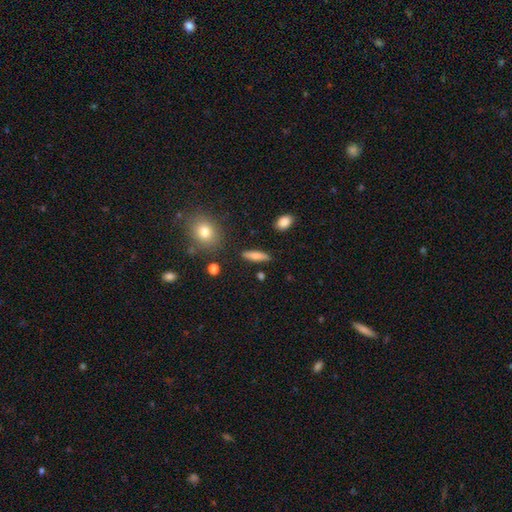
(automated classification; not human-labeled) A smooth galaxy with no disk features (75%) that is cigar-shaped (62%). Merging: none (86%).